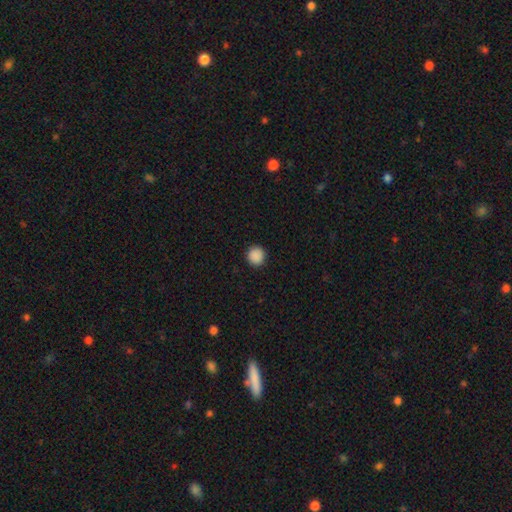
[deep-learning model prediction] Smooth or featured: smooth — 89% (star or artifact — 9%)
How rounded: round — 93% (in between — 6%)
Merging: none — 92% (minor disturbance — 6%)